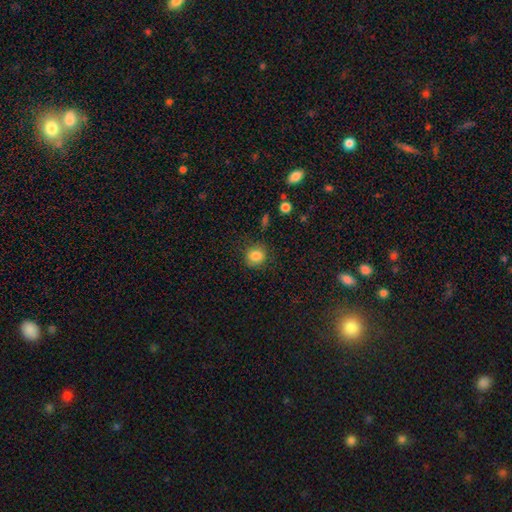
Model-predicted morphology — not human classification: Q: Smooth or featured?
A: smooth (84%); runner-up: star or artifact (10%)
Q: How rounded?
A: round (78%); runner-up: in between (21%)
Q: Merging?
A: none (82%); runner-up: minor disturbance (13%)